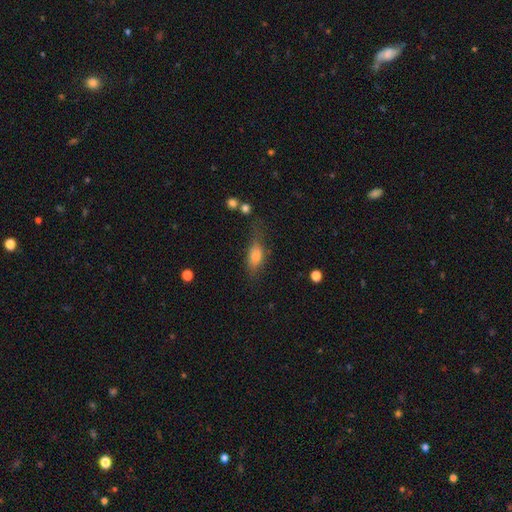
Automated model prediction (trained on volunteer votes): Morphology: type=smooth (66%); roundness=in between (66%); merging=none (58%).